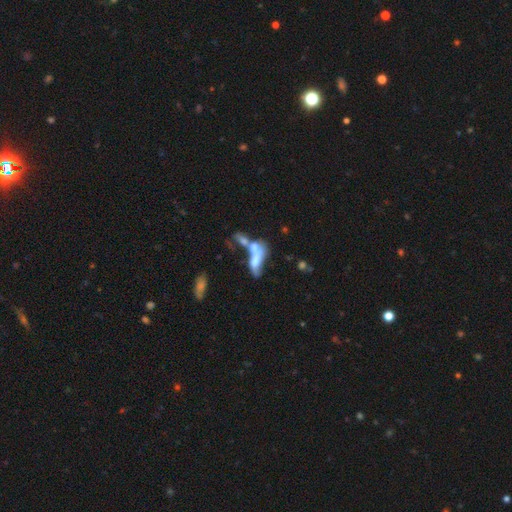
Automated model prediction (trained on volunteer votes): A smooth galaxy with no disk features (46%). Merging: merger (66%).